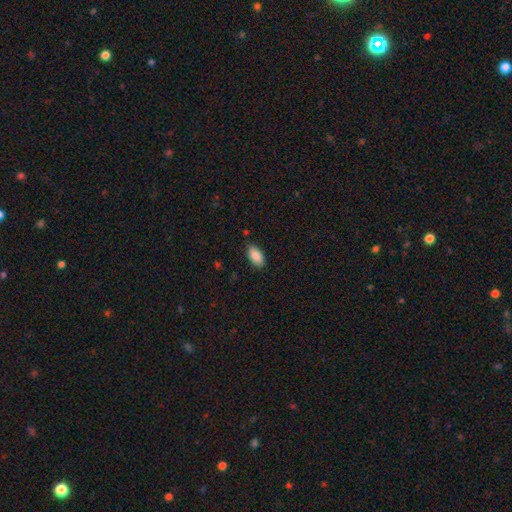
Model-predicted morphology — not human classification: Smooth or featured: smooth — 88% (star or artifact — 7%)
How rounded: in between — 94% (cigar-shaped — 4%)
Merging: none — 83% (minor disturbance — 13%)